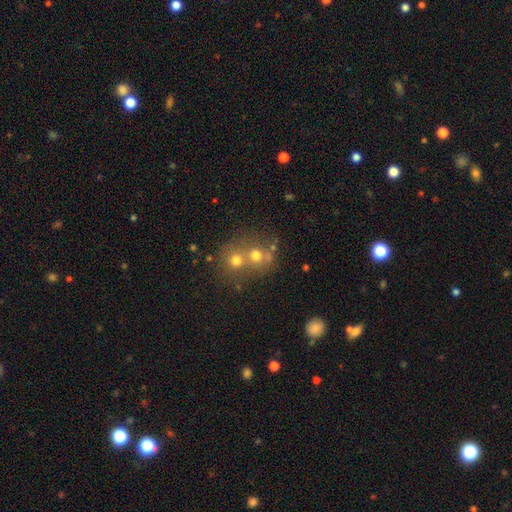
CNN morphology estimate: Smooth or featured?
  - smooth: 61% *
  - featured or disk: 20%
  - star or artifact: 19%
How rounded?
  - round: 79% *
  - in between: 20%
  - cigar-shaped: 1%
Merging?
  - merger: 53% *
  - none: 37%
  - minor disturbance: 7%
  - major disturbance: 4%